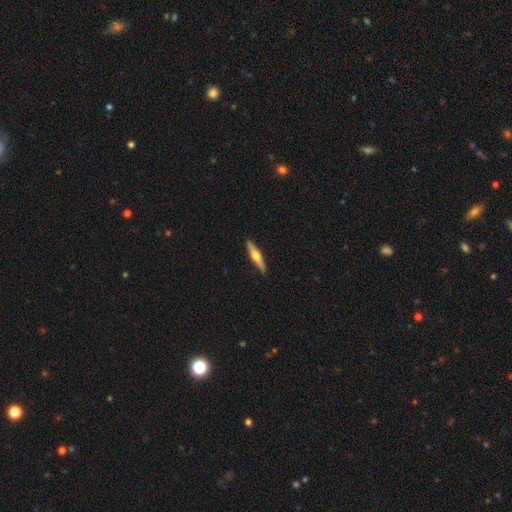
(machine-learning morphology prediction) This is possibly a featured or disk galaxy (58%). It is clearly viewed edge-on (97%). Edge-on bulge: clearly rounded (93%). Merging: clearly none (90%).